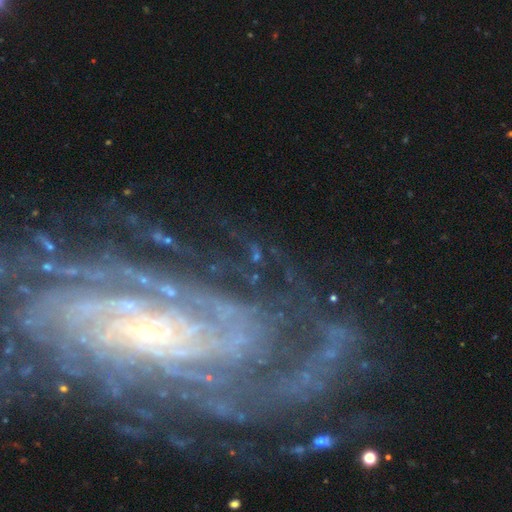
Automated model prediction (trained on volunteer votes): Smooth or featured? Predicted: featured or disk (p=0.73). Edge-on disk? Predicted: no (p=0.94). Bar? Predicted: no (p=0.43). Spiral arms? Predicted: yes (p=0.94). Spiral winding? Predicted: tight (p=0.67). Spiral arm count? Predicted: can't tell (p=0.26). Bulge size? Predicted: small (p=0.64). Merging? Predicted: none (p=0.65).